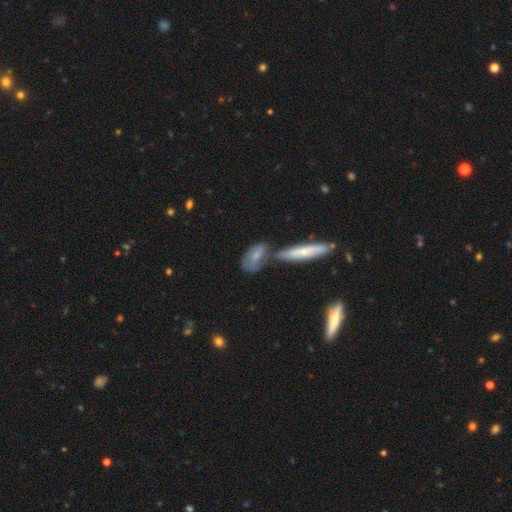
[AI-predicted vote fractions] Overall: smooth (56%; featured or disk 37%). How rounded: in between (71%). Merging: none (41%; merger 34%).